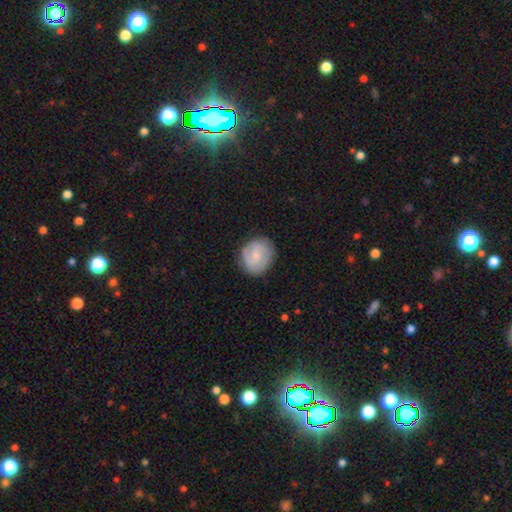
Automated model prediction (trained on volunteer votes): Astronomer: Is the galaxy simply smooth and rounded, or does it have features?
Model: featured or disk — 55% (runner-up: smooth, 39%).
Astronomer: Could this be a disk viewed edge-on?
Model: no — 98%.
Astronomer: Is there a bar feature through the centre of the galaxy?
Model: weak — 50% (runner-up: no, 41%).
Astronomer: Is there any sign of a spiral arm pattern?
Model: yes — 87%.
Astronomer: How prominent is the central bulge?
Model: small — 51% (runner-up: moderate, 31%).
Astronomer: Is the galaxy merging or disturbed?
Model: none — 81%.